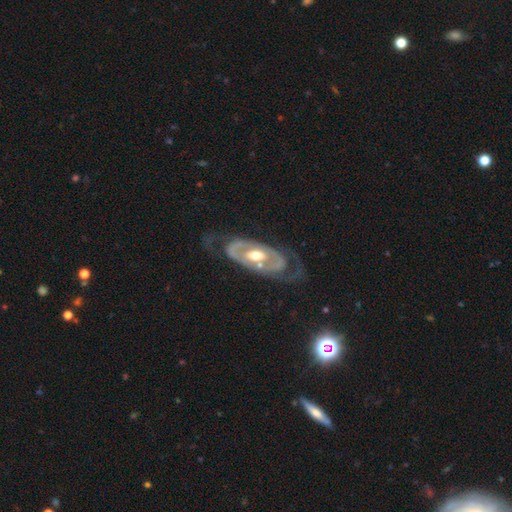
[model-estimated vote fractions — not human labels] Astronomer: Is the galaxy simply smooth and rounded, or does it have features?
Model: featured or disk — 82%.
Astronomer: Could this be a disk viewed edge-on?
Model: no — 92%.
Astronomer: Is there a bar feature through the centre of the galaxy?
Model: no — 55%.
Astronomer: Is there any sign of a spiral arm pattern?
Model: yes — 69%.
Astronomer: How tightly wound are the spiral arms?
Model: tight — 44% (runner-up: medium, 35%).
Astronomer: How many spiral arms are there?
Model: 2 — 72%.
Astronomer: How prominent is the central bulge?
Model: moderate — 73%.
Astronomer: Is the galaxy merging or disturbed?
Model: none — 63%.